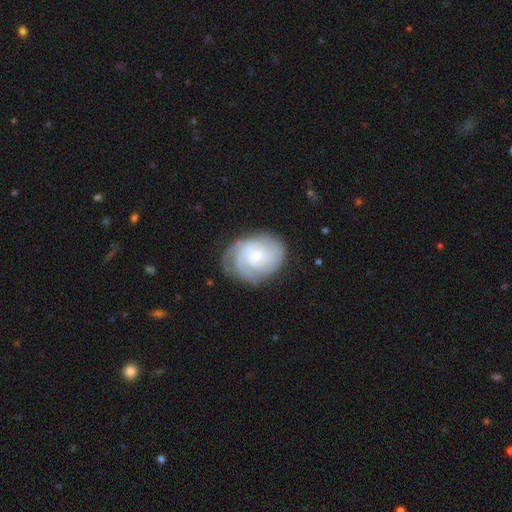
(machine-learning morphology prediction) Smooth or featured? featured or disk (75%)
Edge-on disk? no (98%)
Bar? no (70%)
Spiral arms? yes (94%)
Spiral winding? tight (64%)
Spiral arm count? can't tell (35%)
Bulge size? small (67%)
Merging? none (71%)